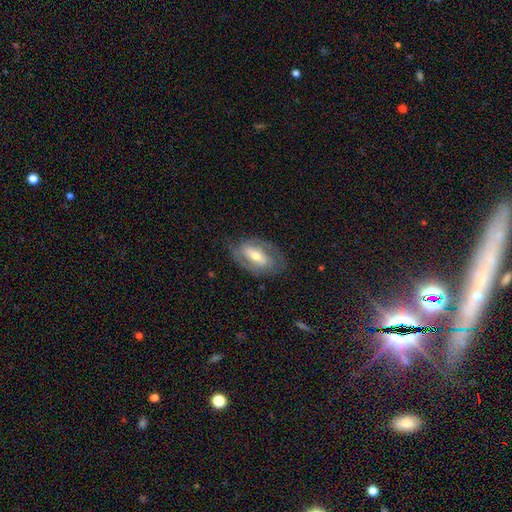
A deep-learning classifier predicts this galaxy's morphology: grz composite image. It shows a featured or disk galaxy (69%) with a strong bar (42%), spiral arms (71%) and a moderate central bulge (61%). Merging: none (71%).